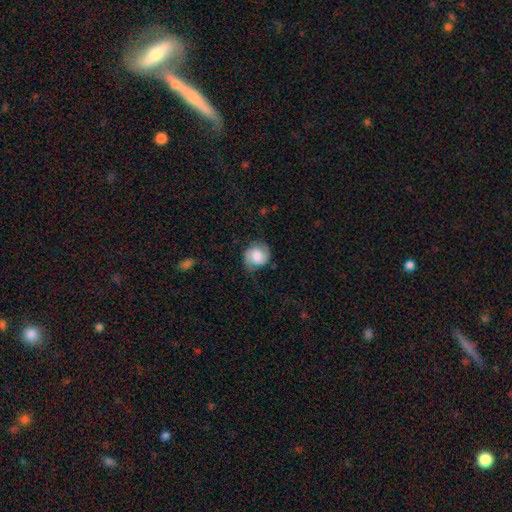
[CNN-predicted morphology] Overall: smooth (51%; featured or disk 41%). How rounded: round (77%). Merging: none (62%; minor disturbance 25%).